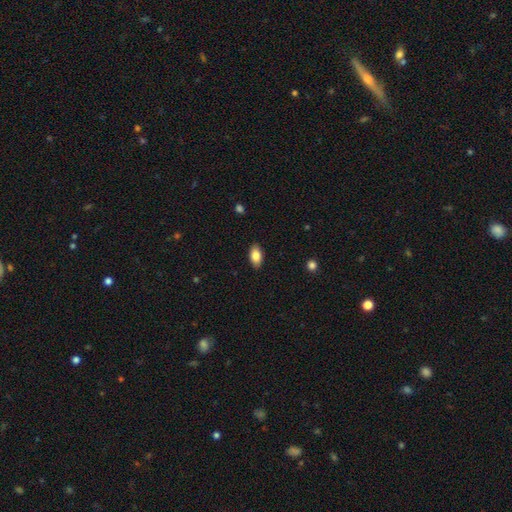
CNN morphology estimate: smooth-or-featured: smooth: 85% | featured or disk: 8% | star or artifact: 7%
  how-rounded: in between: 92% | round: 5% | cigar-shaped: 3%
  merging: none: 88% | minor disturbance: 9% | major disturbance: 2% | merger: 1%